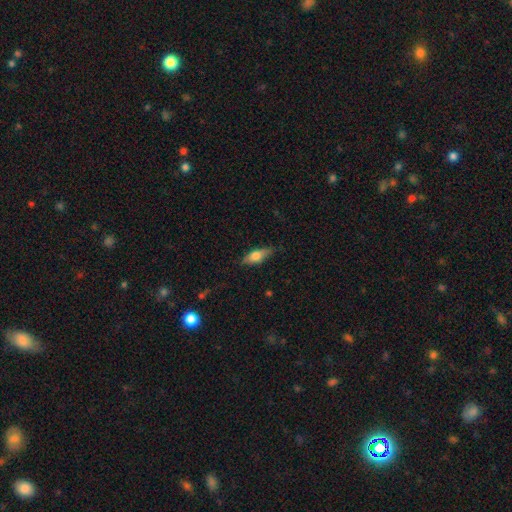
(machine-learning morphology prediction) Smooth or featured? Predicted: smooth (p=0.64). How rounded? Predicted: in between (p=0.67). Merging? Predicted: none (p=0.77).